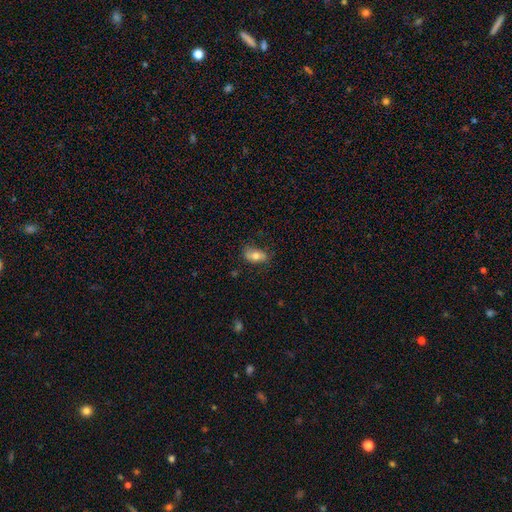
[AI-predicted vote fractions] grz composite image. It shows a smooth galaxy with no disk features (71%) that is in between round and cigar-shaped (89%). Merging: none (72%).